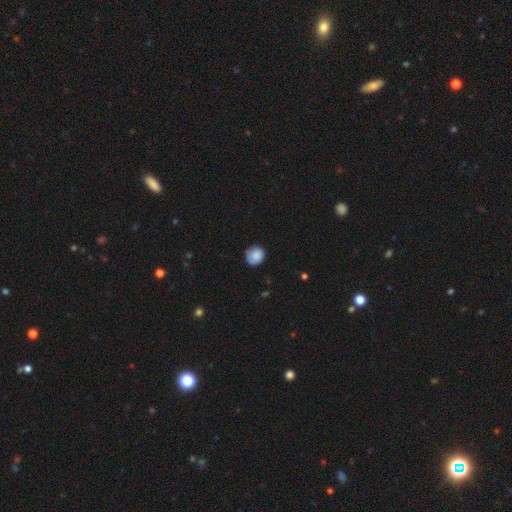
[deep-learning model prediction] smooth-or-featured: smooth: 83% | featured or disk: 9% | star or artifact: 8%
  how-rounded: round: 88% | in between: 12% | cigar-shaped: 1%
  merging: none: 72% | minor disturbance: 22% | major disturbance: 5% | merger: 1%